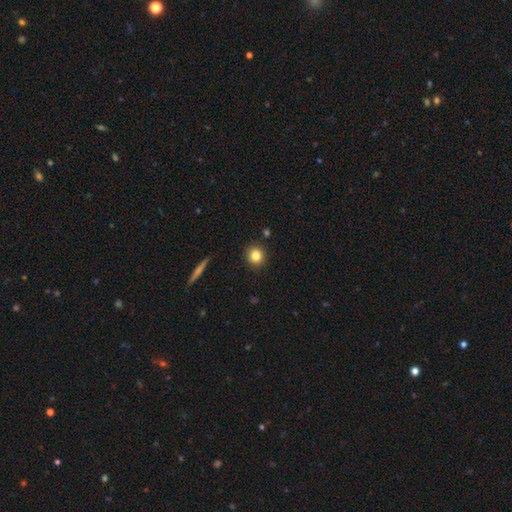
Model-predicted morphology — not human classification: Smooth or featured: smooth — 82% (star or artifact — 11%)
How rounded: round — 91% (in between — 7%)
Merging: none — 90% (minor disturbance — 6%)